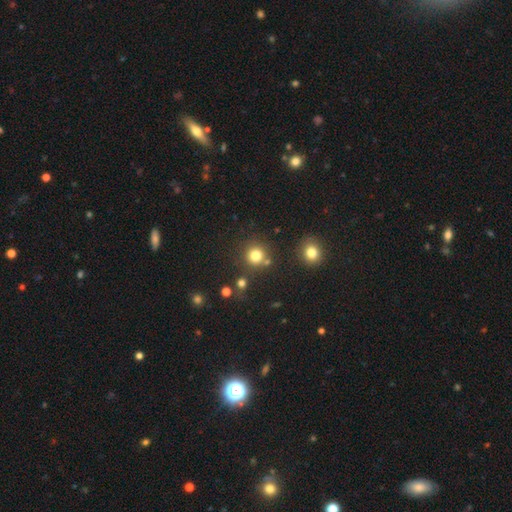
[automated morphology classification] A smooth galaxy with no disk features (79%) that is round (93%).

Vote fractions:
- Smooth or featured? smooth: 79% / star or artifact: 15% / featured or disk: 6%
- How rounded? round: 93% / in between: 6% / cigar-shaped: 1%
- Merging? none: 78% / merger: 10% / minor disturbance: 8% / major disturbance: 4%